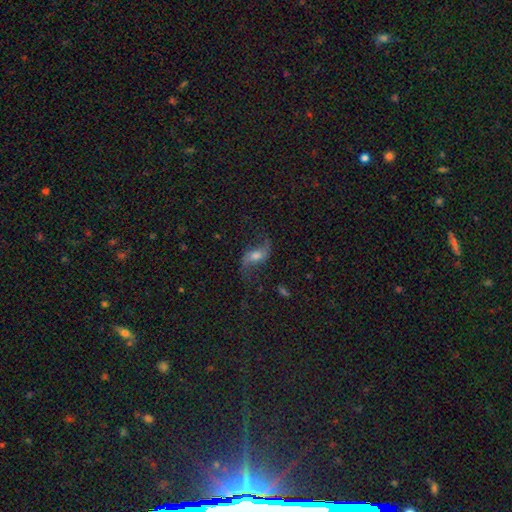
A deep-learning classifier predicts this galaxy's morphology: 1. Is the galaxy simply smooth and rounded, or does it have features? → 78% featured or disk, 13% smooth, 9% star or artifact.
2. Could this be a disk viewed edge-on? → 93% no, 7% yes.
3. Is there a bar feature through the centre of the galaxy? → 44% no, 38% weak, 18% strong.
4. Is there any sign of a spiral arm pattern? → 93% yes, 7% no.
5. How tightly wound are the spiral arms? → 87% loose, 10% medium, 3% tight.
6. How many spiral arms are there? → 93% 2, 2% 1, 2% can't tell, 1% 3, 1% 4, 1% more than 4.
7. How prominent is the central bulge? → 58% moderate, 24% small, 12% large, 4% none, 2% dominant.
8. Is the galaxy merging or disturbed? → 74% none, 14% minor disturbance, 10% major disturbance, 2% merger.